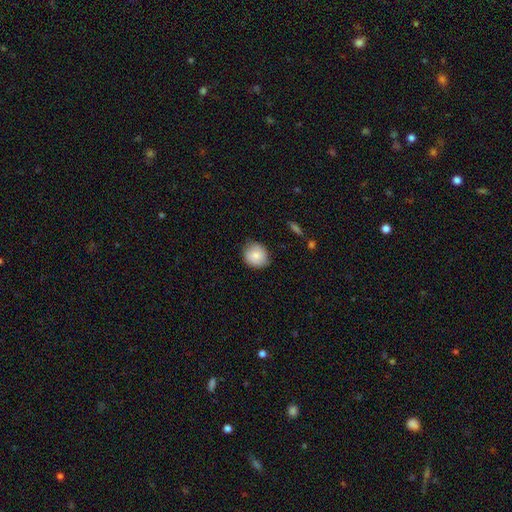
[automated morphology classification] Smooth or featured: smooth — 80% (featured or disk — 13%)
How rounded: round — 81% (in between — 18%)
Merging: none — 79% (minor disturbance — 17%)